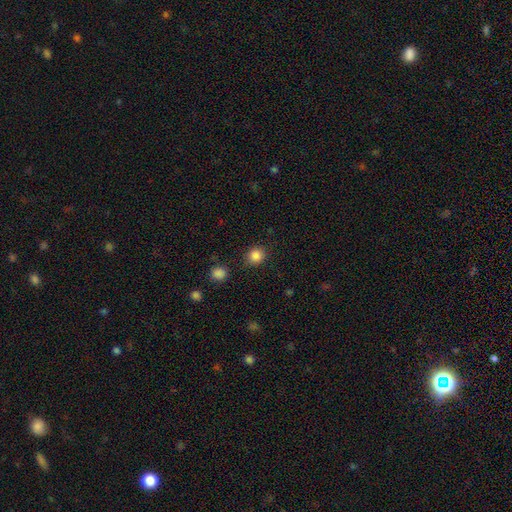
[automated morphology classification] Smooth or featured? smooth (85%)
How rounded? round (80%)
Merging? none (86%)